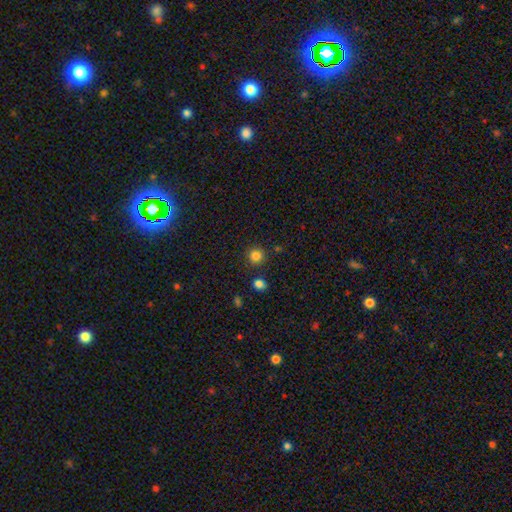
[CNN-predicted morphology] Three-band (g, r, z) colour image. It shows a smooth galaxy with no disk features (84%) that is round (93%). Merging: none (86%).